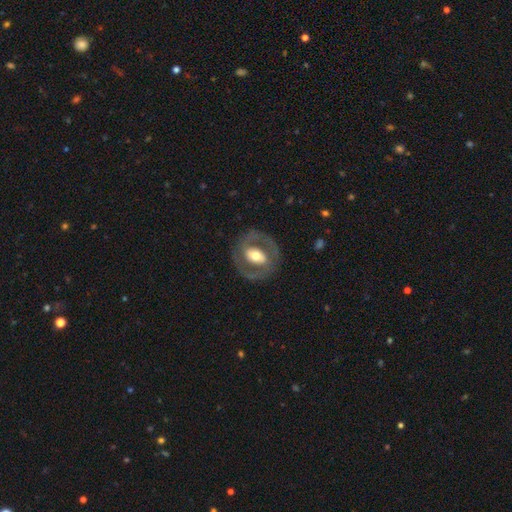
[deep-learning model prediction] The model was most divided on "spiral arms": yes: 51%, no: 49%. Remaining: edge-on disk — no (95%); merging — none (80%); smooth or featured — featured or disk (69%); bulge size — moderate (62%); bar — no (37%).